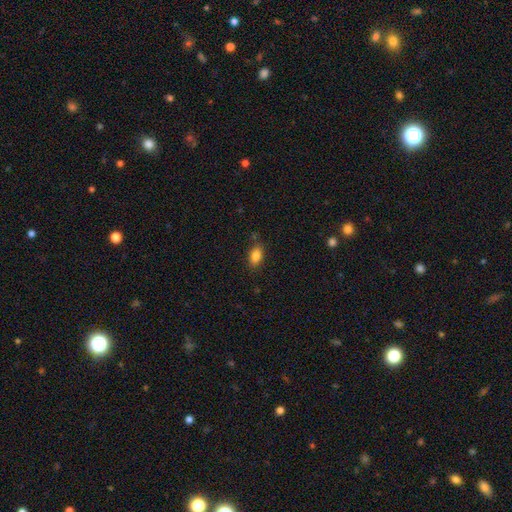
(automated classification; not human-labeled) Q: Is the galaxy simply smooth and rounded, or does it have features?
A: smooth — 84%.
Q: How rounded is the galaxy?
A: in between — 87%.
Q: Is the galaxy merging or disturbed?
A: none — 81%.